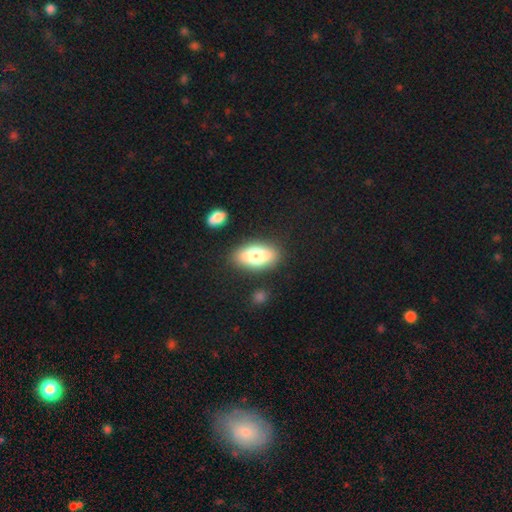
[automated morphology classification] smooth 74%, featured or disk 18%, star or artifact 8%. Down the decision tree: how rounded — in between (88%); merging — none (84%).